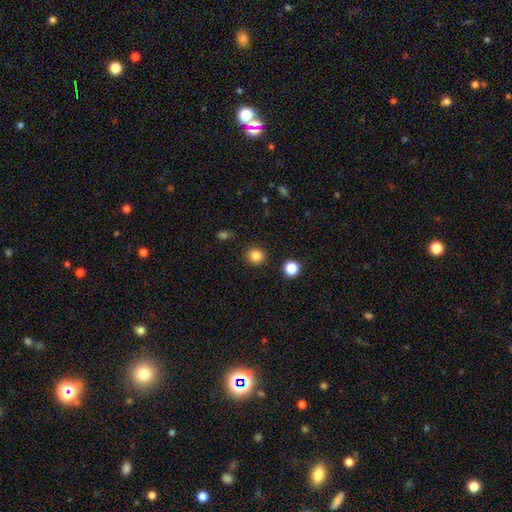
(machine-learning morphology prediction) Overall: smooth (85%). How rounded: round (88%). Merging: none (89%).